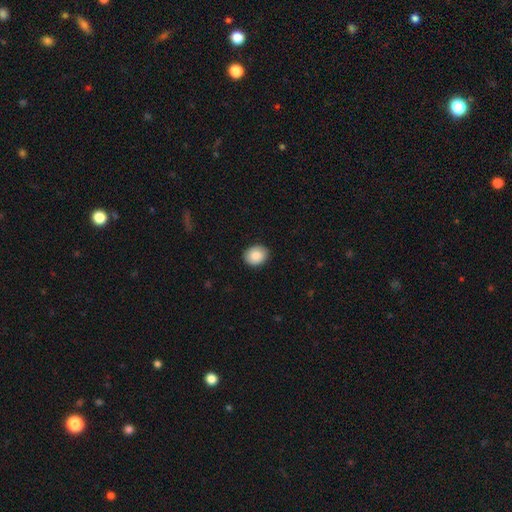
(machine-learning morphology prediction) A smooth galaxy with no disk features (86%) that is round (56%).

Vote fractions:
- Smooth or featured? smooth: 86% / star or artifact: 7% / featured or disk: 7%
- How rounded? round: 56% / in between: 43% / cigar-shaped: 1%
- Merging? none: 89% / minor disturbance: 8% / major disturbance: 2% / merger: 1%